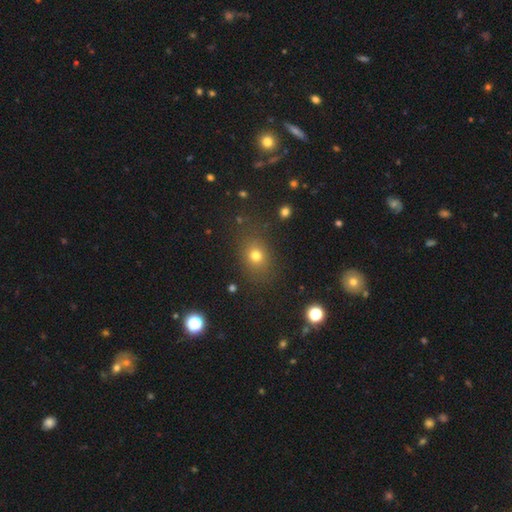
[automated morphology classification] Overall: smooth (73%). How rounded: in between (49%, tied with round). Merging: none (80%).